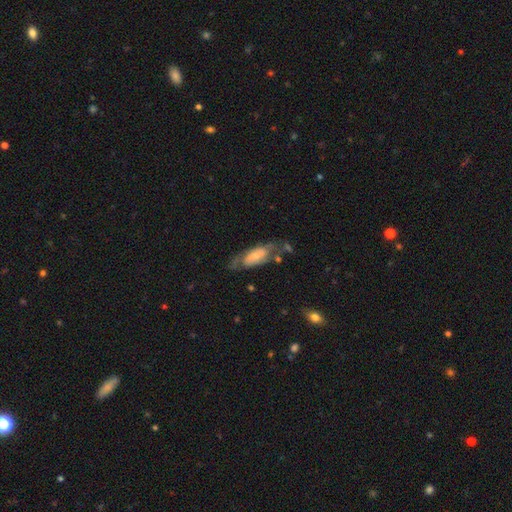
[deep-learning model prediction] This appears to be a featured or disk galaxy (55%). Merging: none (47%).